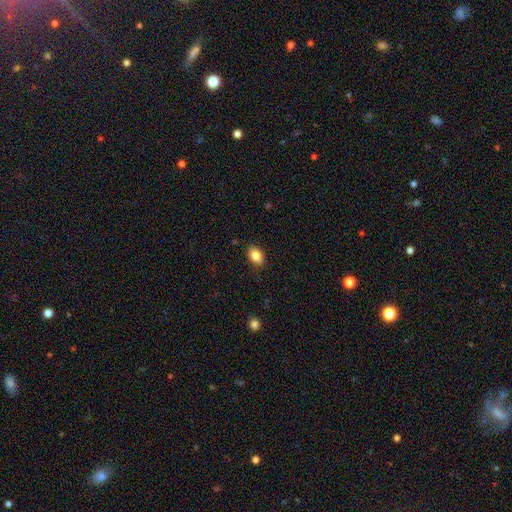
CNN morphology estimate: Smooth or featured? Predicted: smooth (p=0.84). How rounded? Predicted: in between (p=0.82). Merging? Predicted: none (p=0.86).